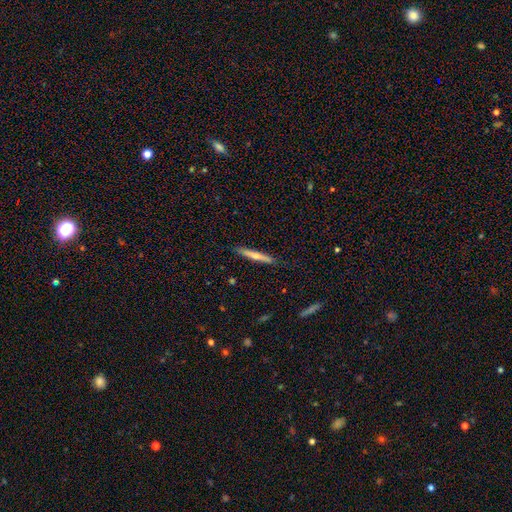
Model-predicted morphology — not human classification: Smooth or featured?
  - smooth: 53% *
  - featured or disk: 41%
  - star or artifact: 6%
How rounded?
  - cigar-shaped: 94% *
  - in between: 4%
  - round: 1%
Merging?
  - none: 87% *
  - minor disturbance: 10%
  - major disturbance: 2%
  - merger: 1%